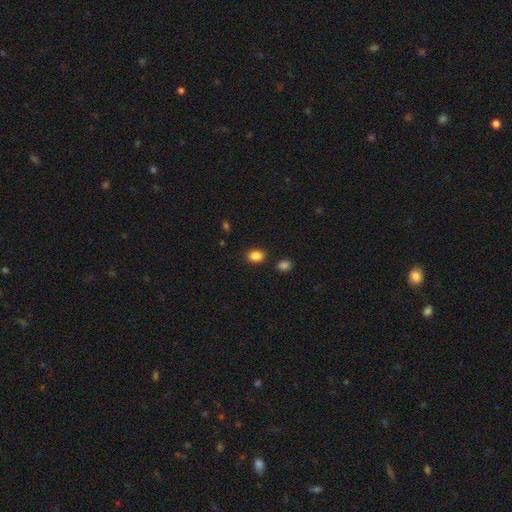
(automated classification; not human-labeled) Q: Smooth or featured?
A: smooth (86%); runner-up: star or artifact (10%)
Q: How rounded?
A: in between (67%); runner-up: round (32%)
Q: Merging?
A: none (84%); runner-up: minor disturbance (9%)